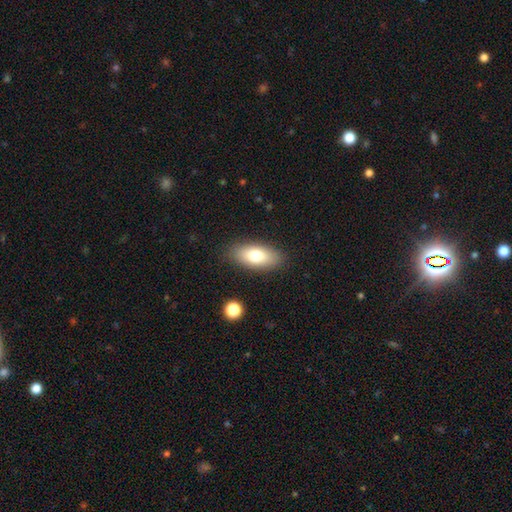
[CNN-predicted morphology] Overall: smooth (75%). How rounded: in between (86%). Merging: none (87%).